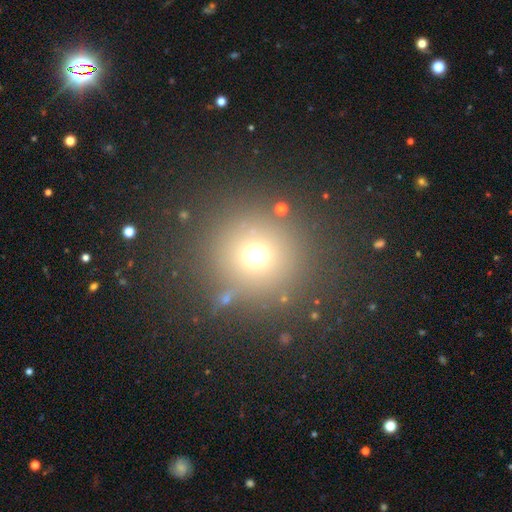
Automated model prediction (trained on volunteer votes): Q: Smooth or featured?
A: smooth (67%); runner-up: star or artifact (23%)
Q: How rounded?
A: round (93%); runner-up: in between (6%)
Q: Merging?
A: none (83%); runner-up: minor disturbance (8%)